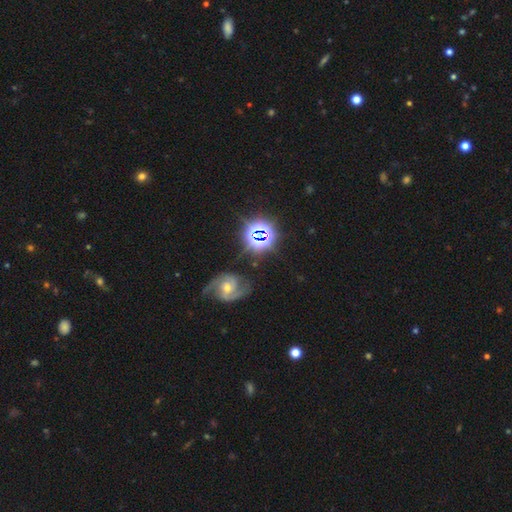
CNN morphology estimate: Q: Smooth or featured?
A: featured or disk (54%); runner-up: star or artifact (30%)
Q: Edge-on disk?
A: no (95%); runner-up: yes (5%)
Q: Bar?
A: no (50%); runner-up: weak (36%)
Q: Spiral arms?
A: yes (88%); runner-up: no (12%)
Q: Bulge size?
A: moderate (53%); runner-up: small (37%)
Q: Merging?
A: none (75%); runner-up: minor disturbance (12%)